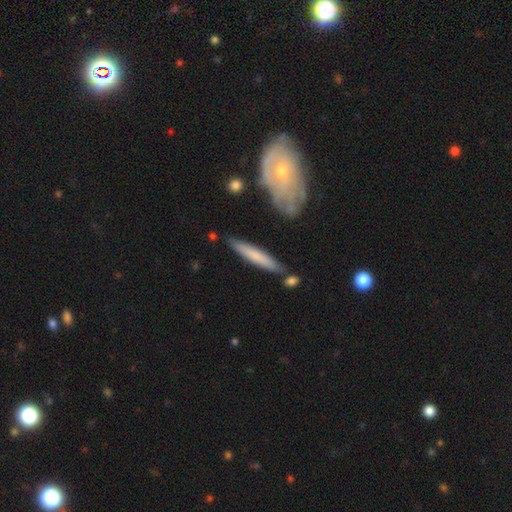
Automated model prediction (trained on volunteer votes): A smooth galaxy with no disk features (61%) that is cigar-shaped (91%).

Vote fractions:
- Smooth or featured? smooth: 61% / featured or disk: 33% / star or artifact: 5%
- How rounded? cigar-shaped: 91% / in between: 8% / round: 2%
- Merging? none: 81% / minor disturbance: 11% / merger: 6% / major disturbance: 3%